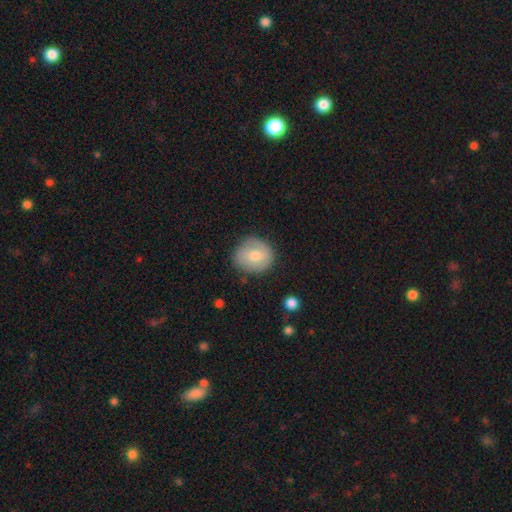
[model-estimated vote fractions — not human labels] smooth 68%, featured or disk 26%, star or artifact 7%. Down the decision tree: how rounded — round (79%); merging — none (74%).